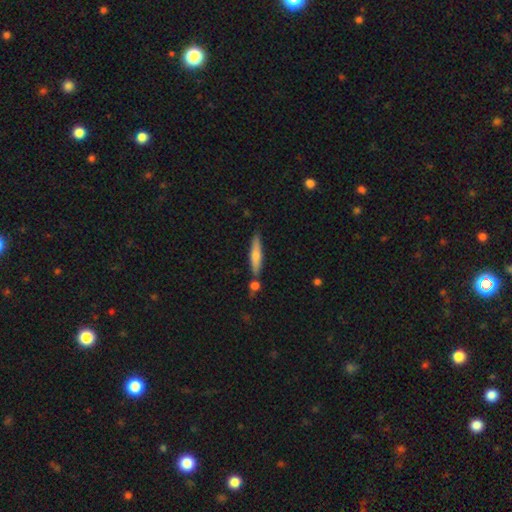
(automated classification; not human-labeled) Smooth or featured? Predicted: smooth (p=0.63). How rounded? Predicted: cigar-shaped (p=0.85). Merging? Predicted: none (p=0.74).